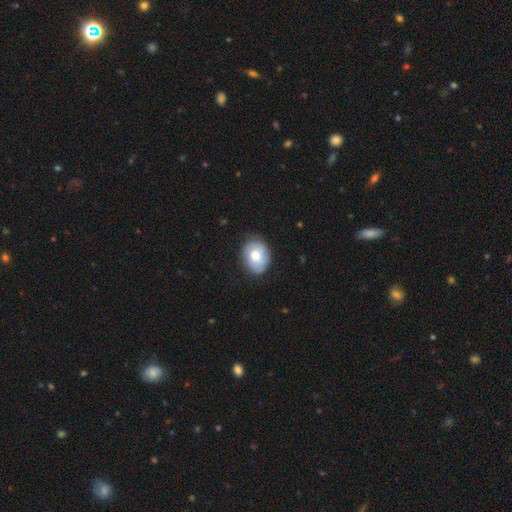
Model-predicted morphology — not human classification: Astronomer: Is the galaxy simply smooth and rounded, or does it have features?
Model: smooth — 70%.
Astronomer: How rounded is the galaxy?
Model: in between — 54% (runner-up: round, 45%).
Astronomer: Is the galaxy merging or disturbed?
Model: none — 76%.